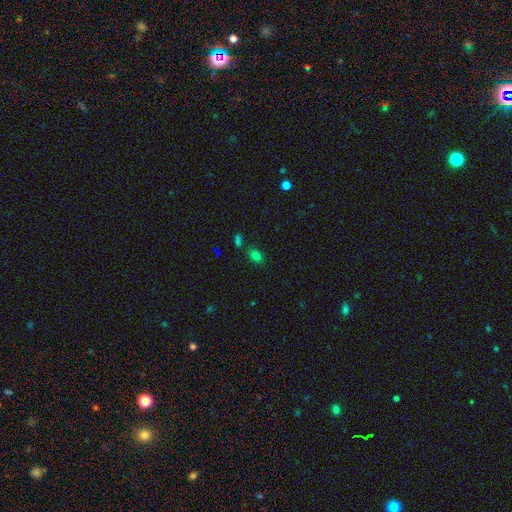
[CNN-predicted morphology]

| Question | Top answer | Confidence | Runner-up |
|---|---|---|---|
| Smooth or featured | smooth | 73% | star or artifact (22%) |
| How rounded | in between | 70% | round (28%) |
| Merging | none | 70% | merger (13%) |